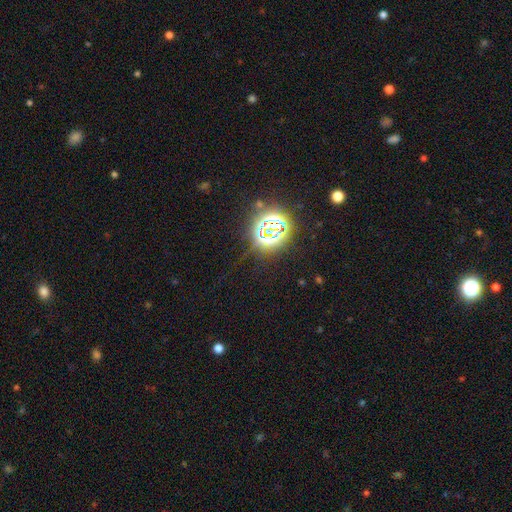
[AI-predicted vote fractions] A star or artifact, not a galaxy (82%).

Vote fractions:
- Smooth or featured? star or artifact: 82% / smooth: 12% / featured or disk: 6%